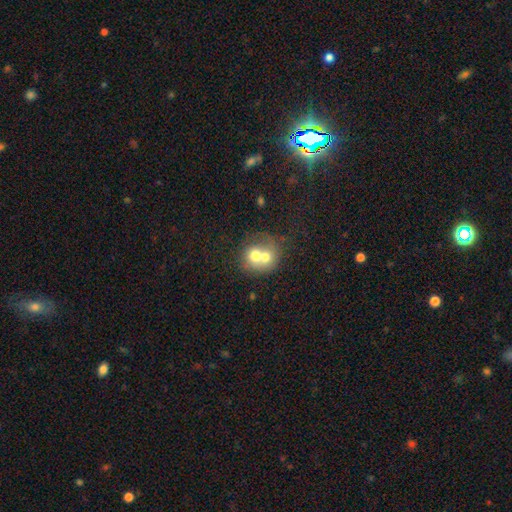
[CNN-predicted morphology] This appears to be a smooth galaxy with no disk features (62%) that is round (71%). Merging: merger (71%).